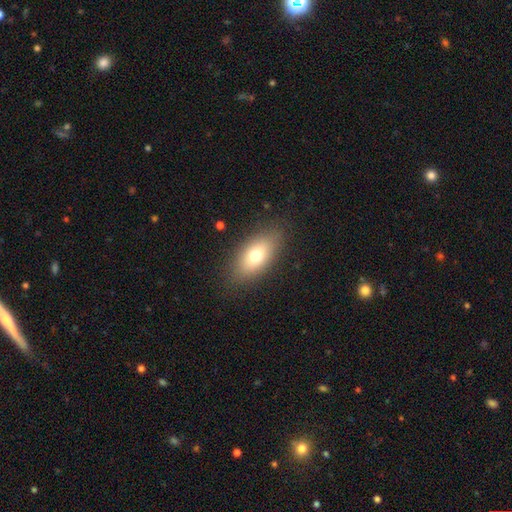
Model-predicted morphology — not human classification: smooth 72%, featured or disk 19%, star or artifact 9%. Down the decision tree: how rounded — in between (87%); merging — none (84%).